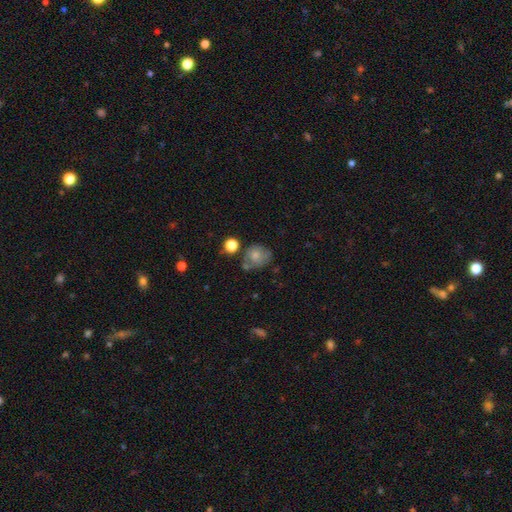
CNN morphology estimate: type=smooth (65%); roundness=round (66%); merging=none (45%).